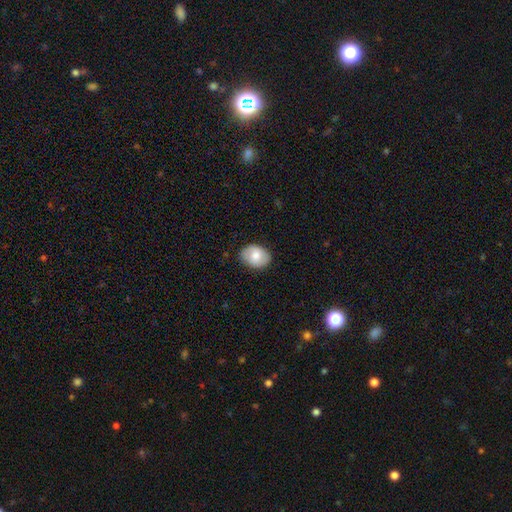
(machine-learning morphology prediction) Smooth or featured? smooth (77%)
How rounded? in between (71%)
Merging? none (84%)